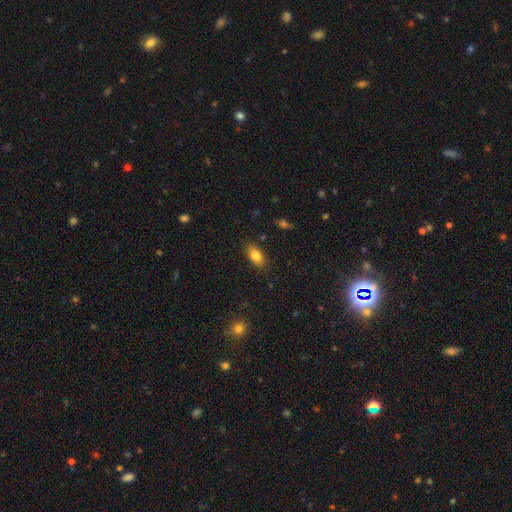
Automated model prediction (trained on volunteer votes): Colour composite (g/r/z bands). It shows a smooth galaxy with no disk features (82%) that is in between round and cigar-shaped (88%). Merging: none (85%).